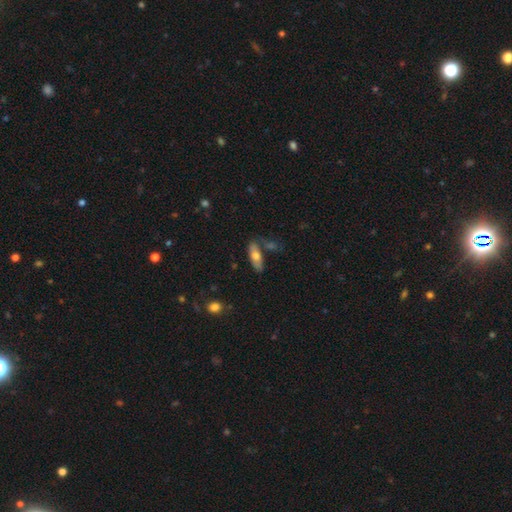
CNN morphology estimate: Overall: smooth (64%; featured or disk 29%). How rounded: in between (69%). Merging: none (67%).